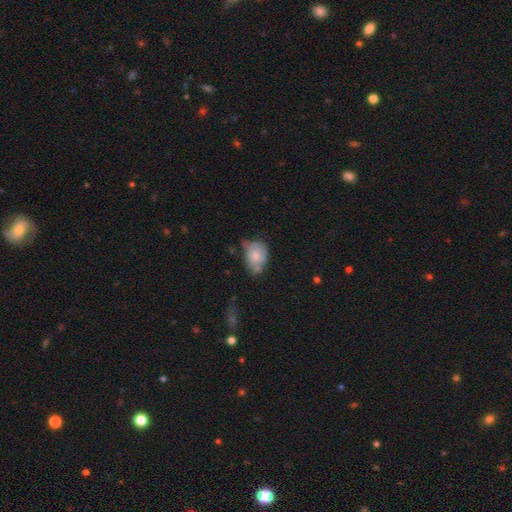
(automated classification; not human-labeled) smooth 67%, featured or disk 25%, star or artifact 8%. Down the decision tree: how rounded — in between (67%); merging — minor disturbance (34%, tied with none).